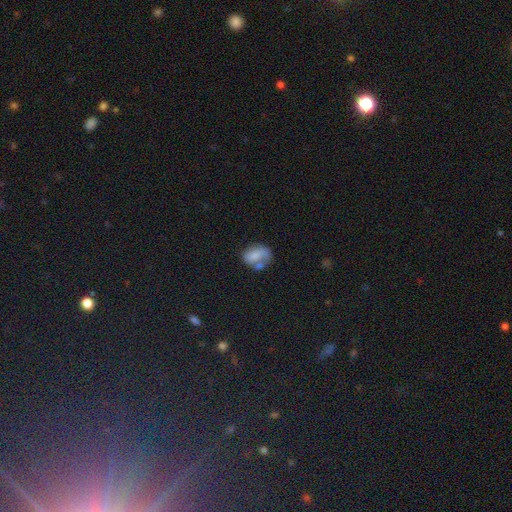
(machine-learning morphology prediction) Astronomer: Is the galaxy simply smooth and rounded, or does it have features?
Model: smooth — 69%.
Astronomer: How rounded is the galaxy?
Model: in between — 70%.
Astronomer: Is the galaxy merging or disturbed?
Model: none — 37% (runner-up: minor disturbance, 24%).